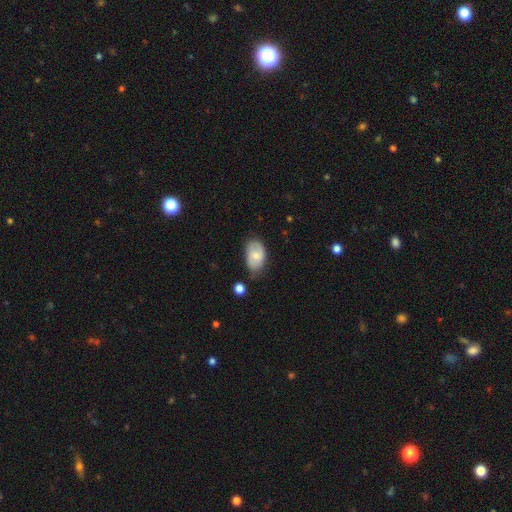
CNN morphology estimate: type=smooth (60%); roundness=in between (90%); merging=none (63%).